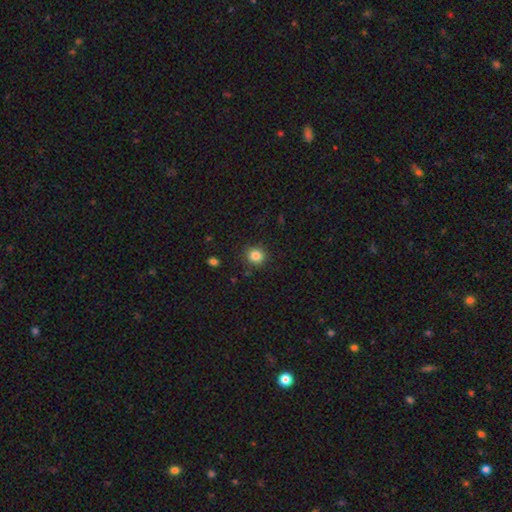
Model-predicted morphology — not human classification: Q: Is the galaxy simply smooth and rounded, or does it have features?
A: smooth — 84%.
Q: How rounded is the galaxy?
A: round — 89%.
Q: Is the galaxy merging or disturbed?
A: none — 90%.